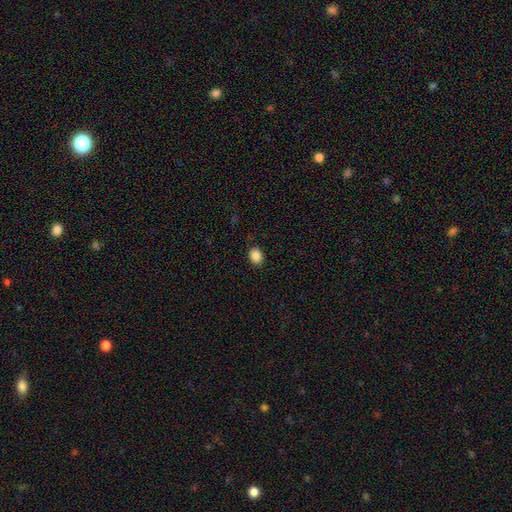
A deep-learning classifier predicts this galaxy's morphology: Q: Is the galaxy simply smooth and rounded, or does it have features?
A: smooth — 88%.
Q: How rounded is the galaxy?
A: in between — 60%.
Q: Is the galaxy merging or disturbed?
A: none — 87%.